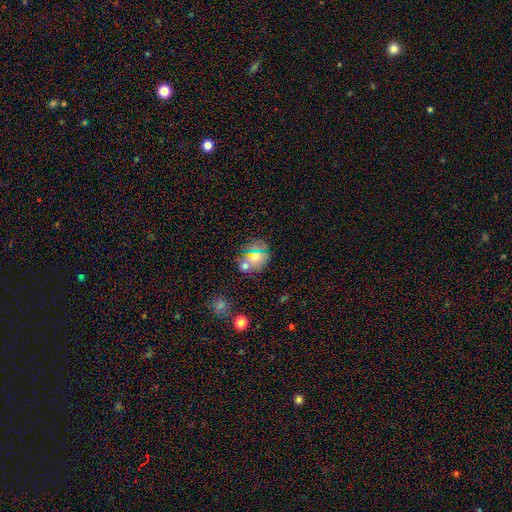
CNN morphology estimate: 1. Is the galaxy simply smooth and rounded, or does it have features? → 63% smooth, 22% star or artifact, 15% featured or disk.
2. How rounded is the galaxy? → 63% round, 35% in between, 2% cigar-shaped.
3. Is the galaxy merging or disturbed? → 67% none, 14% merger, 14% minor disturbance, 6% major disturbance.